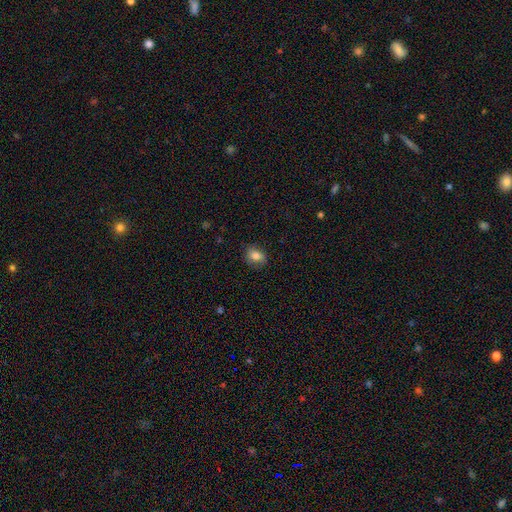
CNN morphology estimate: A smooth galaxy with no disk features (80%) that is in between round and cigar-shaped (54%).

Vote fractions:
- Smooth or featured? smooth: 80% / featured or disk: 10% / star or artifact: 9%
- How rounded? in between: 54% / round: 45% / cigar-shaped: 1%
- Merging? none: 80% / minor disturbance: 15% / major disturbance: 4% / merger: 1%